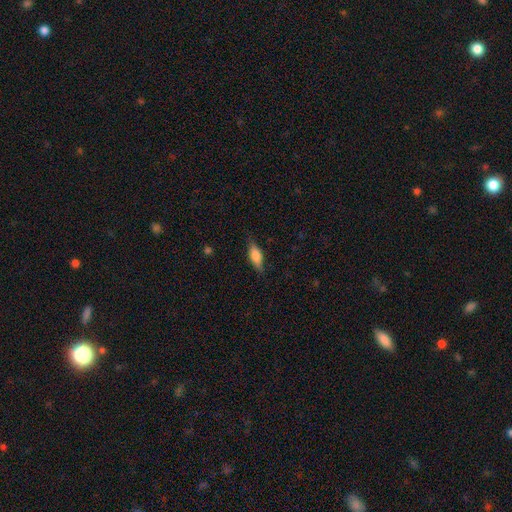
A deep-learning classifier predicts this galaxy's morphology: This appears to be a smooth galaxy with no disk features (69%) that is in between round and cigar-shaped (66%). Merging: none (78%).